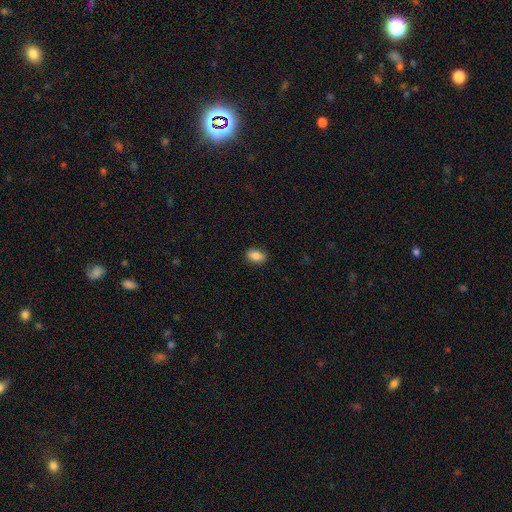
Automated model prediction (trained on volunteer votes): Morphology: type=smooth (86%); roundness=in between (87%); merging=none (88%).